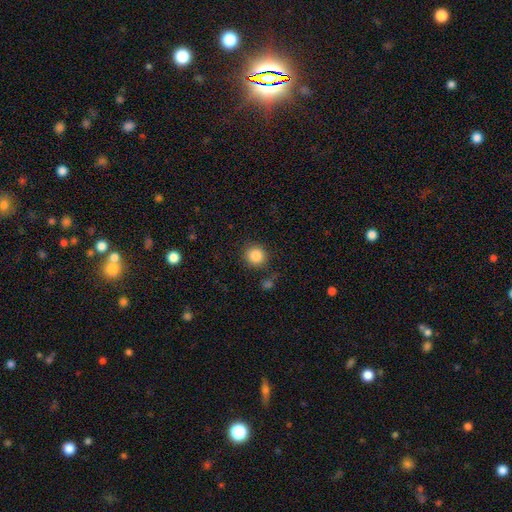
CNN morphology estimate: smooth-or-featured: smooth: 86% | star or artifact: 10% | featured or disk: 4%
  how-rounded: round: 92% | in between: 7% | cigar-shaped: 1%
  merging: none: 85% | minor disturbance: 9% | major disturbance: 3% | merger: 3%